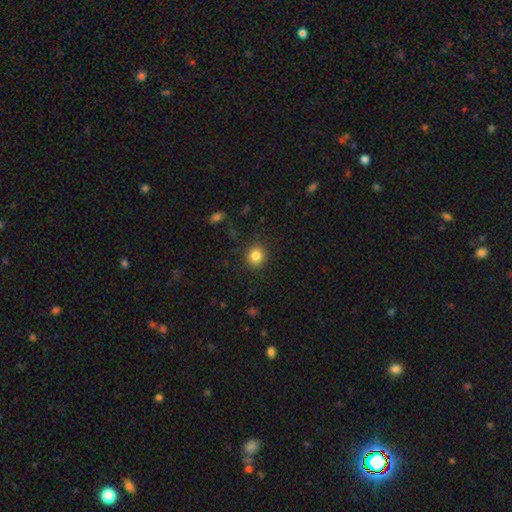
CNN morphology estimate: Overall: smooth (84%). How rounded: round (85%). Merging: none (87%).